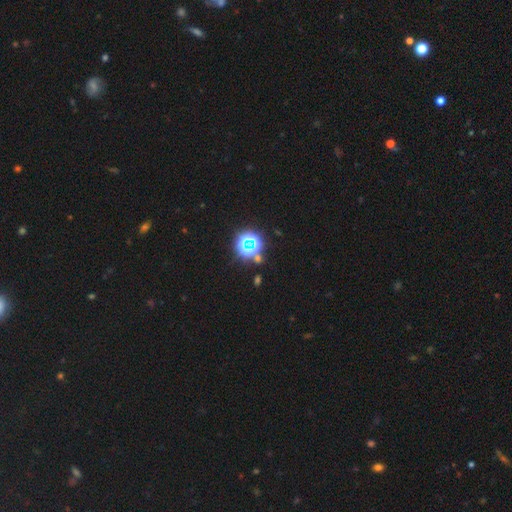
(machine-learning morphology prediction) Smooth or featured? Predicted: star or artifact (p=0.72).